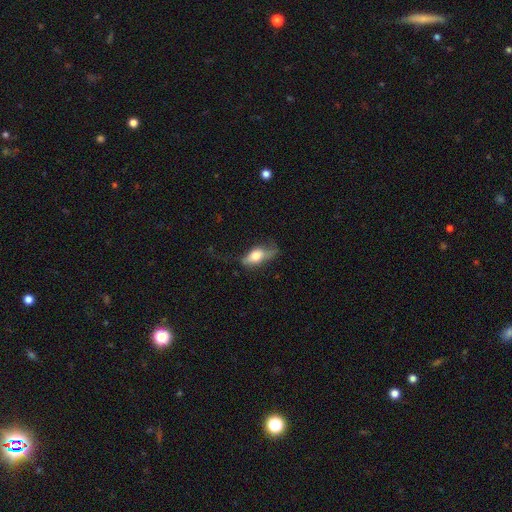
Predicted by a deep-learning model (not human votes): Morphology: type=smooth (59%); roundness=in between (77%); merging=none (43%).